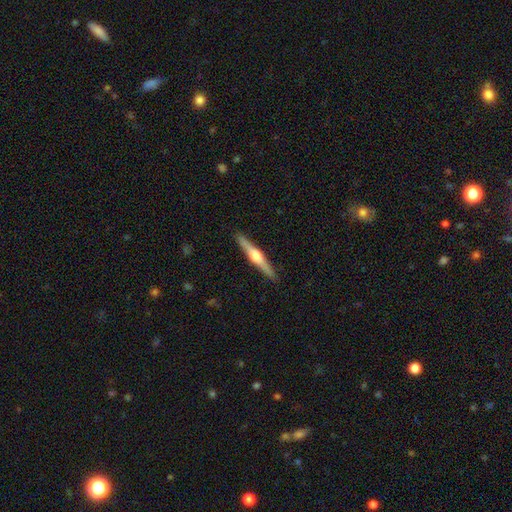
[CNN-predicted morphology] This appears to be a featured or disk galaxy (72%) viewed edge-on (98%) with a rounded central bulge (93%). Merging: none (92%).